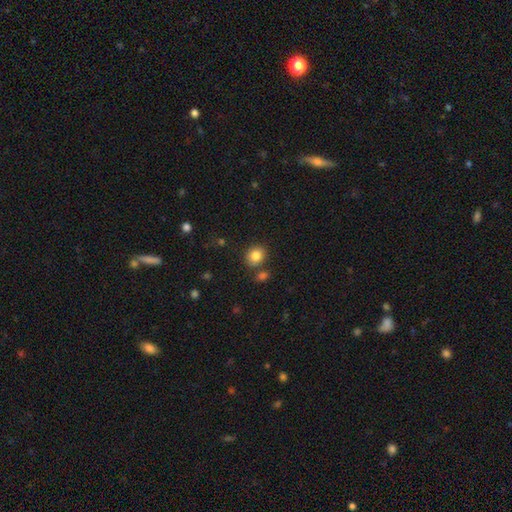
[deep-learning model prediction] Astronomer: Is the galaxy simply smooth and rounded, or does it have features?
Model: smooth — 83%.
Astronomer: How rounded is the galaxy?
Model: round — 69%.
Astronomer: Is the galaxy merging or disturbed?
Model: none — 78%.